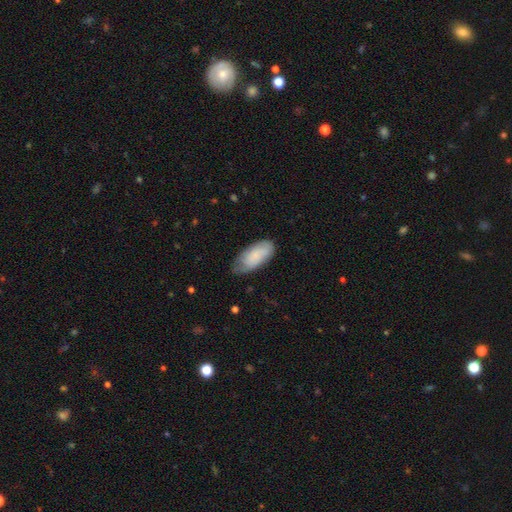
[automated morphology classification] smooth-or-featured: smooth: 73% | featured or disk: 21% | star or artifact: 6%
  how-rounded: in between: 91% | cigar-shaped: 7% | round: 2%
  merging: none: 60% | minor disturbance: 32% | major disturbance: 7% | merger: 1%